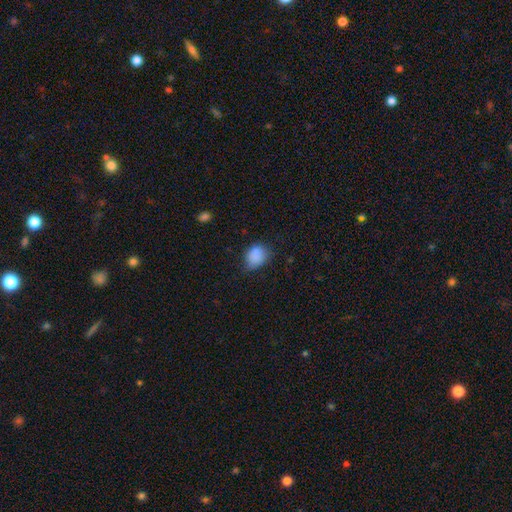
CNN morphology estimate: smooth_or_featured: smooth (p=0.85) [alt: star or artifact p=0.10]
how_rounded: in between (p=0.52) [alt: round p=0.47]
merging: none (p=0.59) [alt: minor disturbance p=0.32]